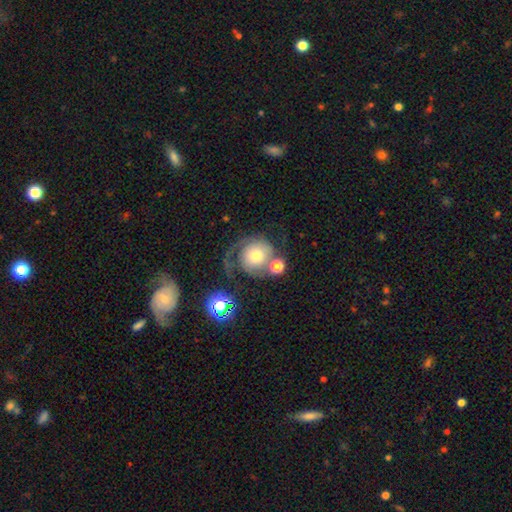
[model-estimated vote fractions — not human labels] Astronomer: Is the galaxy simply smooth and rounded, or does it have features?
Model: featured or disk — 61%.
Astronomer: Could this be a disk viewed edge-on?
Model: no — 98%.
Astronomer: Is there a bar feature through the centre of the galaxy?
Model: no — 79%.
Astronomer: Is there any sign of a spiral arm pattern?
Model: yes — 87%.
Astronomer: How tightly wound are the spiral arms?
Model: medium — 36%, tied with tight at 36%.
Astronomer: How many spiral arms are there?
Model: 2 — 57%.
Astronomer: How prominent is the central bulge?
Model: moderate — 49% (runner-up: small, 28%).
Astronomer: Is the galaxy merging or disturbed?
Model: none — 43% (runner-up: major disturbance, 24%).